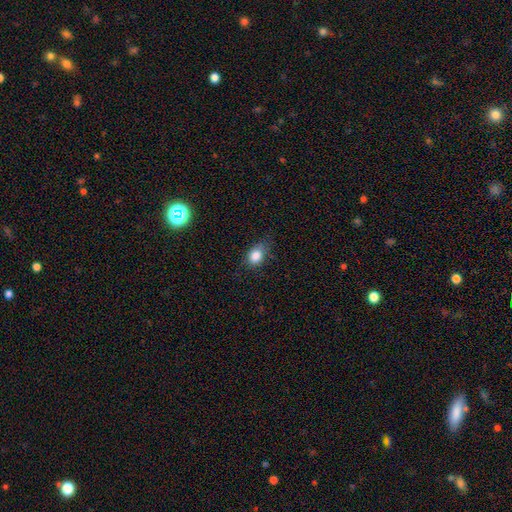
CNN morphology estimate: Smooth or featured? Predicted: smooth (p=0.83). How rounded? Predicted: in between (p=0.66). Merging? Predicted: none (p=0.62).